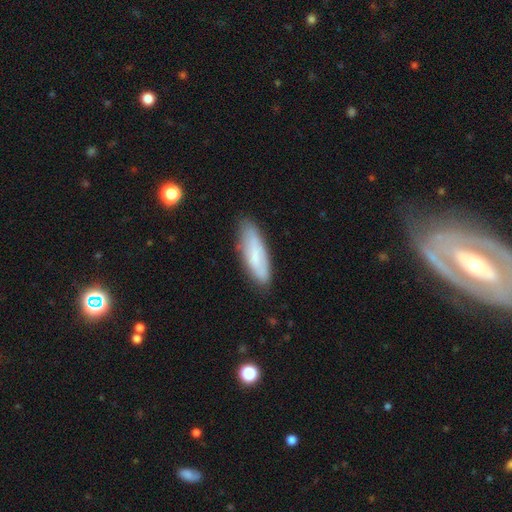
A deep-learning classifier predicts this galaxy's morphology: smooth 67%, featured or disk 26%, star or artifact 7%. Down the decision tree: how rounded — cigar-shaped (53%); merging — none (76%).